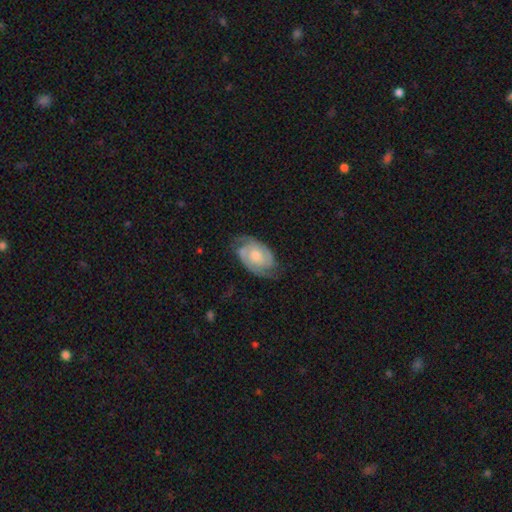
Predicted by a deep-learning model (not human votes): Smooth or featured? Predicted: featured or disk (p=0.79). Edge-on disk? Predicted: no (p=0.96). Bar? Predicted: no (p=0.69). Spiral arms? Predicted: yes (p=0.94). Spiral winding? Predicted: tight (p=0.52). Spiral arm count? Predicted: 2 (p=0.80). Bulge size? Predicted: moderate (p=0.53). Merging? Predicted: none (p=0.69).